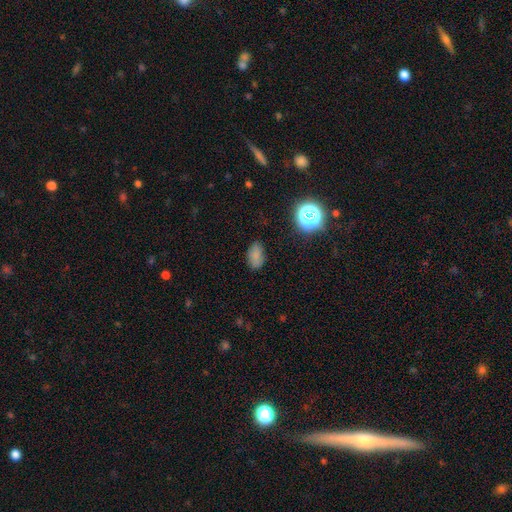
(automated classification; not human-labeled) The model was most divided on "smooth or featured": smooth: 76%, star or artifact: 16%, featured or disk: 8%. More confident: how rounded — in between (89%); merging — none (78%).